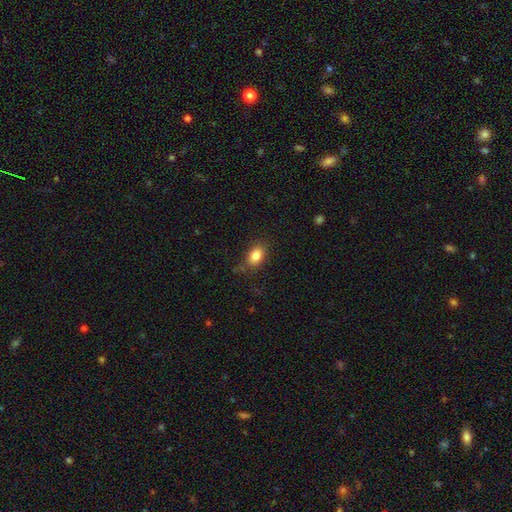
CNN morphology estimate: Smooth or featured? Predicted: smooth (p=0.84). How rounded? Predicted: in between (p=0.81). Merging? Predicted: none (p=0.80).